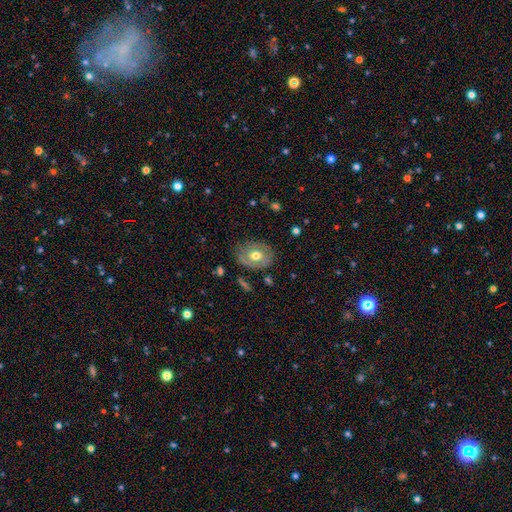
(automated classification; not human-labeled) A smooth galaxy with no disk features (50%). Merging: none (74%).